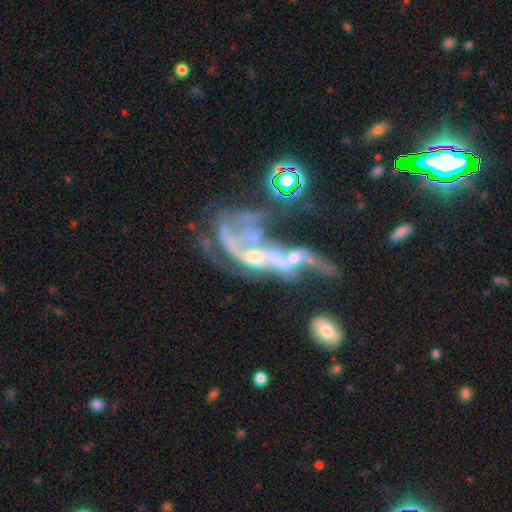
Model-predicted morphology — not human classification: Smooth or featured: featured or disk — 71% (star or artifact — 17%)
Edge-on disk: no — 95% (yes — 5%)
Bar: no — 71% (weak — 21%)
Spiral arms: no — 50% (tied with yes — 50%)
Bulge size: small — 32% (moderate — 31%)
Merging: merger — 54% (major disturbance — 30%)